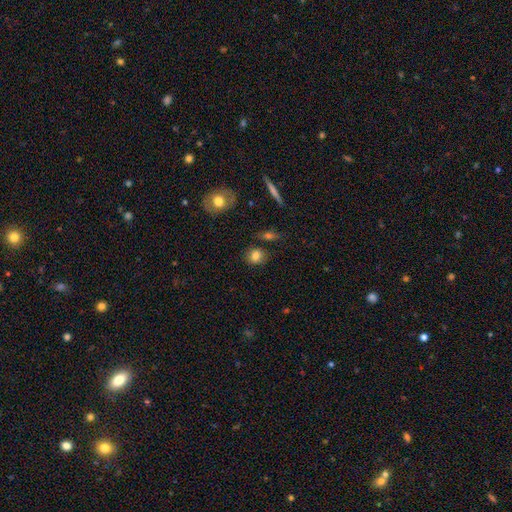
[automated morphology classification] Overall: smooth (81%). How rounded: round (69%; in between 29%). Merging: none (78%).